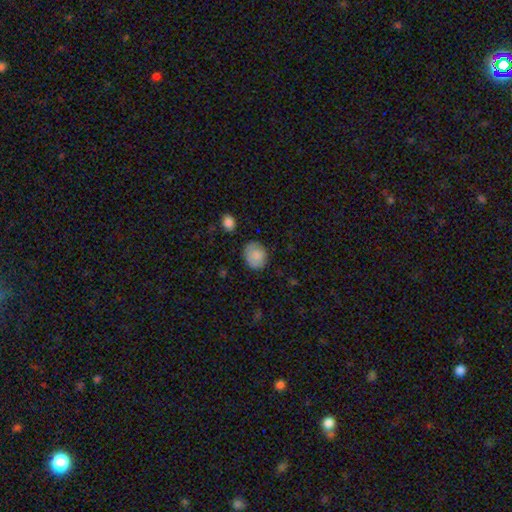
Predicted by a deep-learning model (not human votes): This appears to be a smooth galaxy with no disk features (85%) that is round (60%). Merging: none (75%).